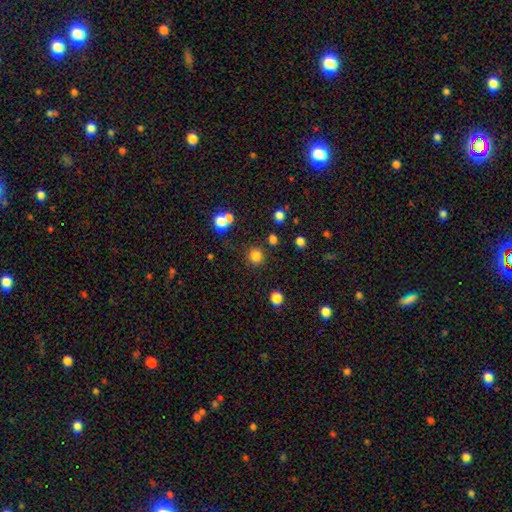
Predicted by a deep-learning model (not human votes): Overall: smooth (80%). How rounded: round (89%). Merging: none (81%).